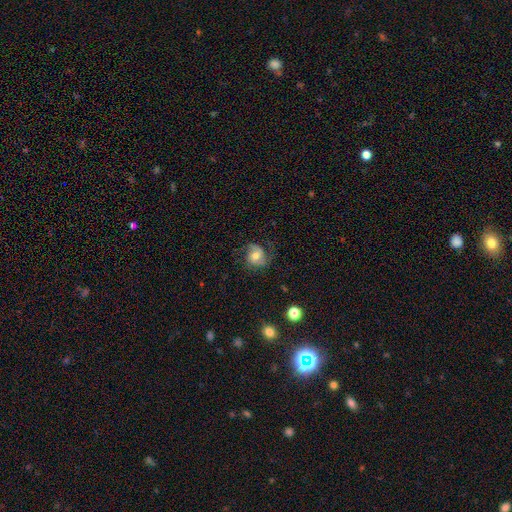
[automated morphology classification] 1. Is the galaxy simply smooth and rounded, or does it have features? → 58% featured or disk, 33% smooth, 9% star or artifact.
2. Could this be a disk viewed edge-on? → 97% no, 3% yes.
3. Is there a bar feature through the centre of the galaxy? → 62% no, 30% weak, 8% strong.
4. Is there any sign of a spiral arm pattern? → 89% yes, 11% no.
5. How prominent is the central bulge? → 64% moderate, 24% small, 9% large, 2% none, 1% dominant.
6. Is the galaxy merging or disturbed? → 62% none, 21% minor disturbance, 15% major disturbance, 1% merger.